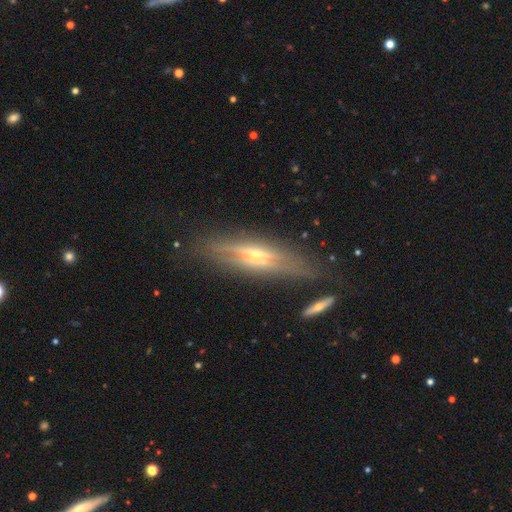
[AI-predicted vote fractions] Smooth or featured? Predicted: featured or disk (p=0.78). Edge-on disk? Predicted: yes (p=0.91). Edge-on bulge? Predicted: rounded (p=0.84). Merging? Predicted: none (p=0.77).